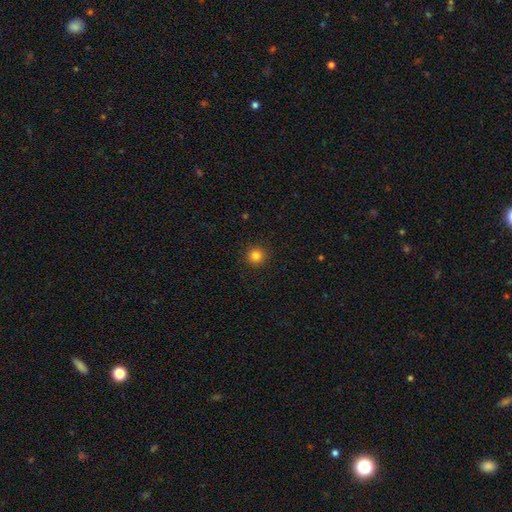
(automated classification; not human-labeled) Smooth or featured? smooth (83%)
How rounded? round (95%)
Merging? none (92%)